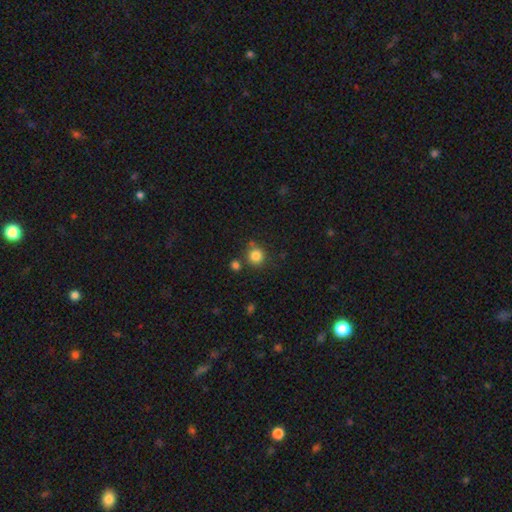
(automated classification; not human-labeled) Morphology: type=smooth (83%); roundness=round (92%); merging=none (76%).